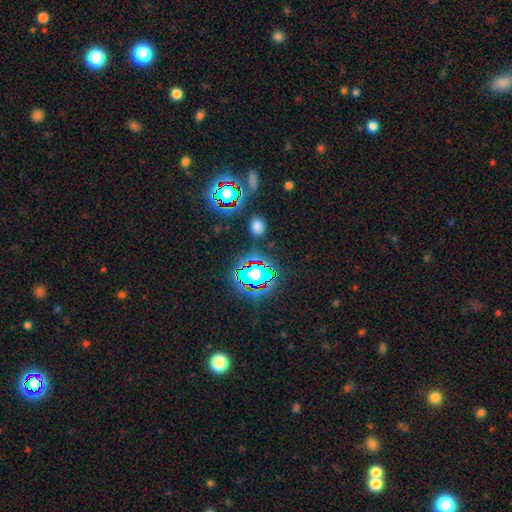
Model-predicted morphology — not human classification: This appears to be a star or artifact, not a galaxy (81%).